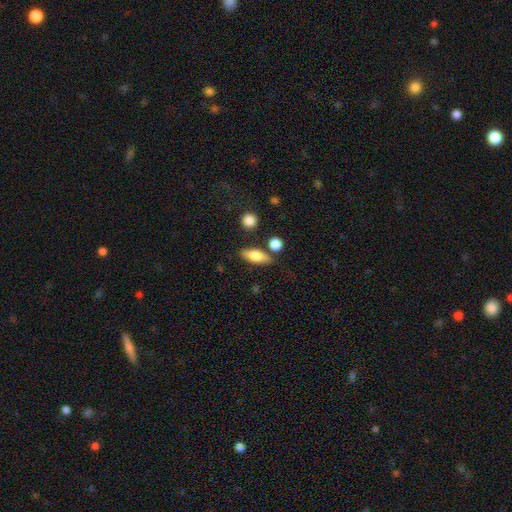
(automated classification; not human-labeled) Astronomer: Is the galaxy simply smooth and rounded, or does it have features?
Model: smooth — 71%.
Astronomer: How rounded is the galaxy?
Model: in between — 70%.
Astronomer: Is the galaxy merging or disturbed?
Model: none — 77%.